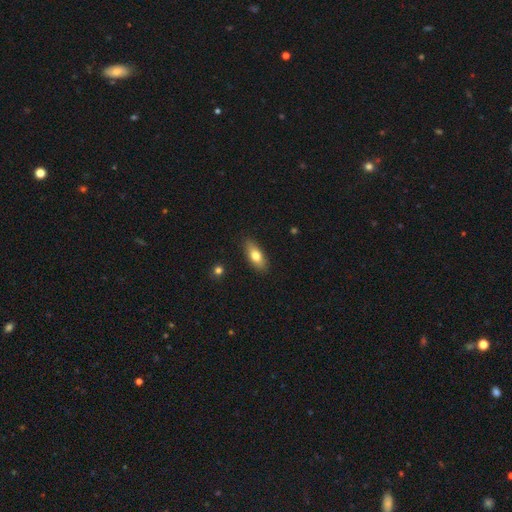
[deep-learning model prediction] Smooth or featured?
  - smooth: 74% *
  - featured or disk: 20%
  - star or artifact: 7%
How rounded?
  - in between: 76% *
  - cigar-shaped: 21%
  - round: 3%
Merging?
  - none: 86% *
  - minor disturbance: 11%
  - major disturbance: 2%
  - merger: 1%